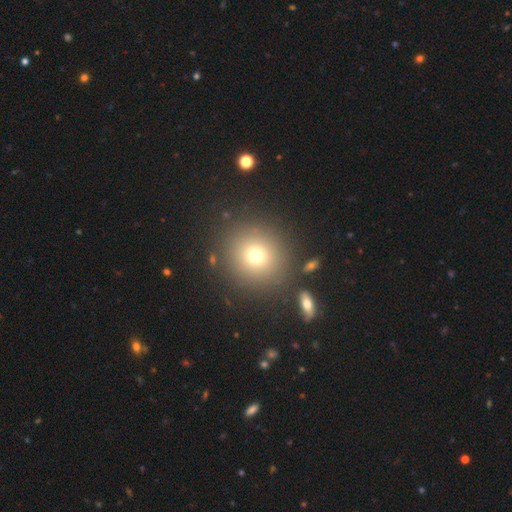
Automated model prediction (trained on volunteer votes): smooth-or-featured: smooth: 72% | star or artifact: 17% | featured or disk: 11%
  how-rounded: round: 90% | in between: 9% | cigar-shaped: 1%
  merging: none: 86% | minor disturbance: 7% | merger: 4% | major disturbance: 3%